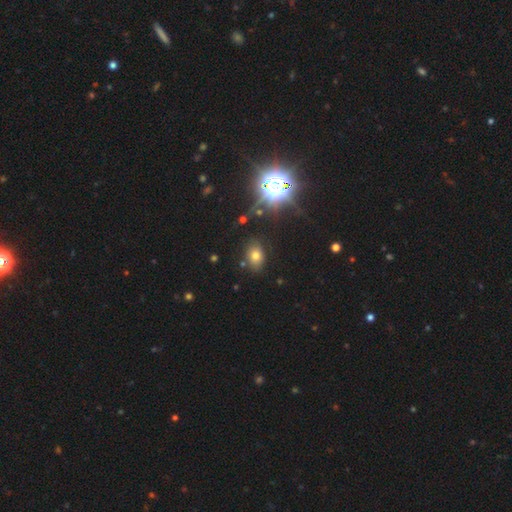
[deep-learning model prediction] Smooth or featured? smooth (67%)
How rounded? in between (72%)
Merging? none (83%)